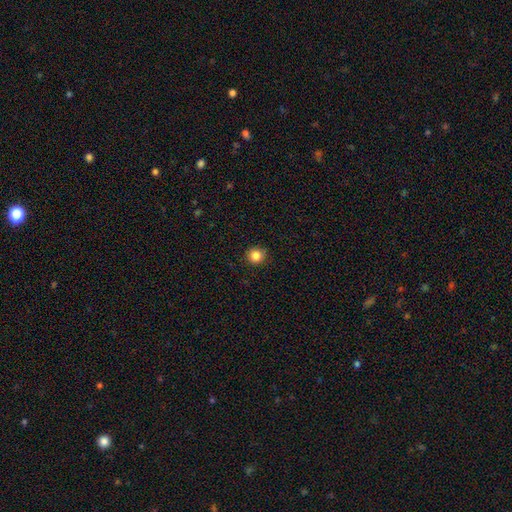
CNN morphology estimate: Q: Smooth or featured?
A: smooth (85%); runner-up: star or artifact (11%)
Q: How rounded?
A: round (93%); runner-up: in between (6%)
Q: Merging?
A: none (90%); runner-up: minor disturbance (8%)